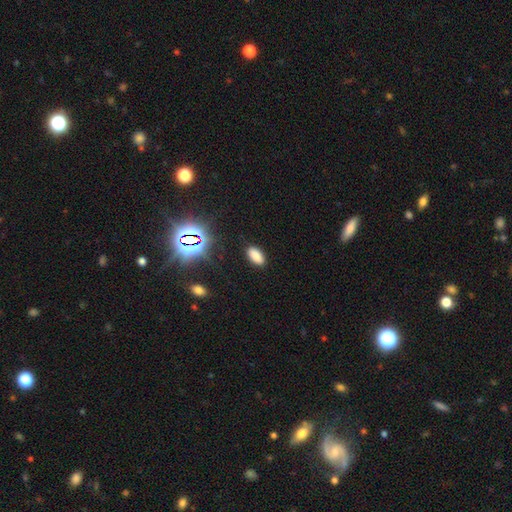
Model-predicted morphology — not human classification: Q: Smooth or featured?
A: smooth (80%); runner-up: star or artifact (16%)
Q: How rounded?
A: in between (91%); runner-up: cigar-shaped (6%)
Q: Merging?
A: none (88%); runner-up: minor disturbance (8%)